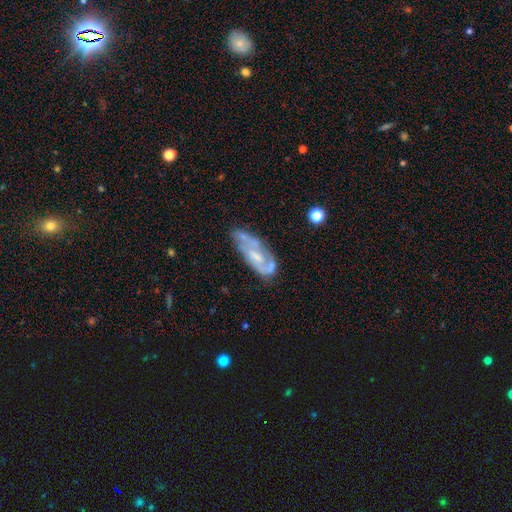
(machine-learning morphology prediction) This is likely a featured or disk galaxy (69%). It is clearly not viewed edge-on (88%). Bar: possibly no (56%). Spiral arm pattern: likely yes (71%). Central bulge: marginally small (39%). Merging: possibly none (54%).